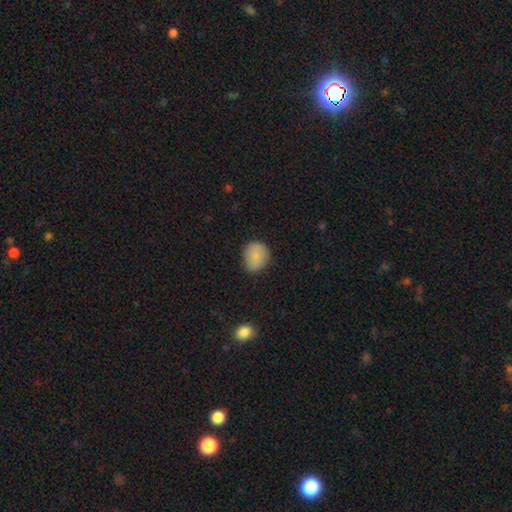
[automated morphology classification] smooth 84%, featured or disk 8%, star or artifact 8%. Down the decision tree: how rounded — round (71%); merging — none (76%).